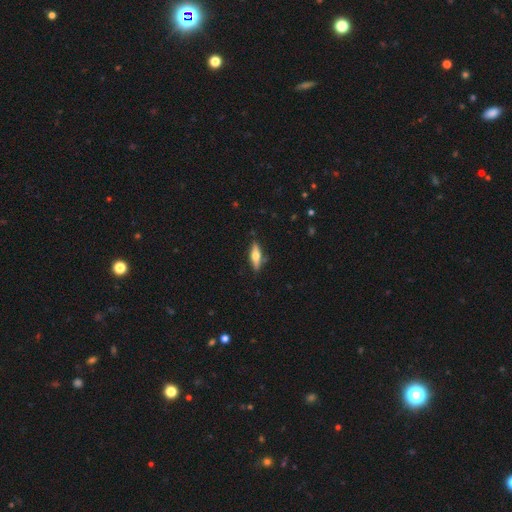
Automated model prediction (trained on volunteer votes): Morphology: type=smooth (47%, tied with featured or disk); merging=none (84%).